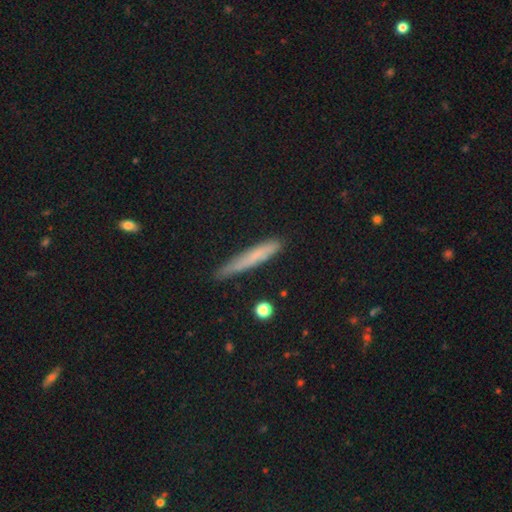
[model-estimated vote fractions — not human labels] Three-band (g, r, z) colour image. It shows a smooth galaxy with no disk features (66%) that is cigar-shaped (94%). Merging: none (73%).